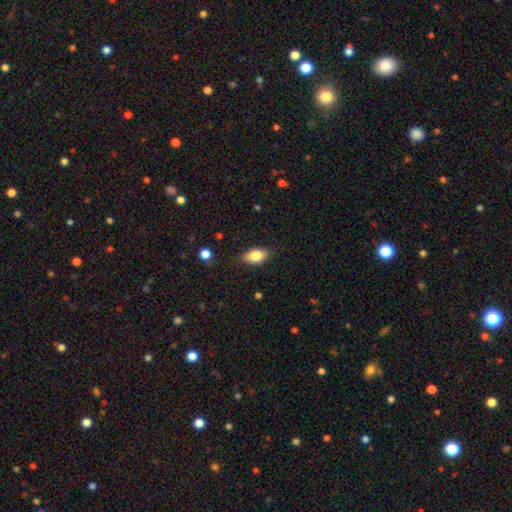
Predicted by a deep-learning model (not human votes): This is clearly a smooth galaxy (82%). How rounded: clearly in between (88%). Merging: clearly none (84%).